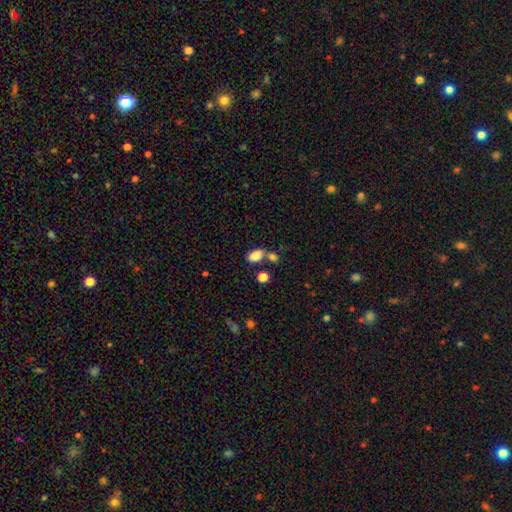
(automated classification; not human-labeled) This is clearly a smooth galaxy (83%). How rounded: clearly in between (88%). Merging: possibly none (48%).